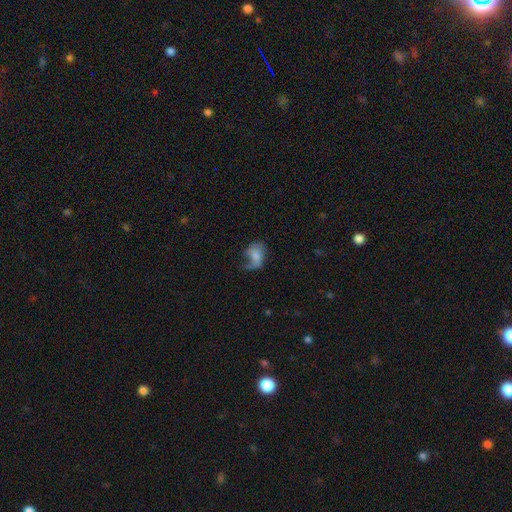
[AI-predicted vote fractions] Morphology: type=smooth (53%); roundness=in between (75%); merging=major disturbance (41%).